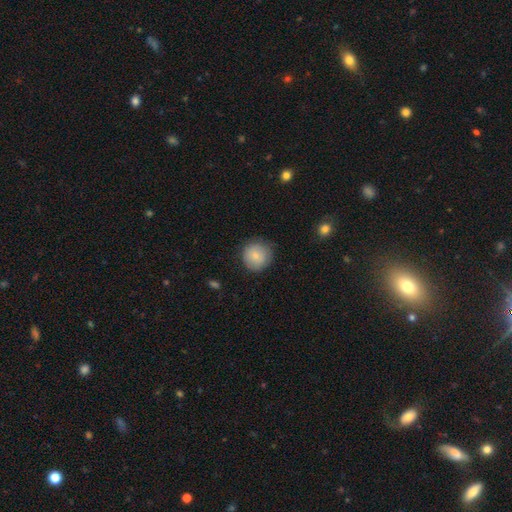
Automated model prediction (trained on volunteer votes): Smooth or featured? Predicted: smooth (p=0.81). How rounded? Predicted: round (p=0.93). Merging? Predicted: none (p=0.81).